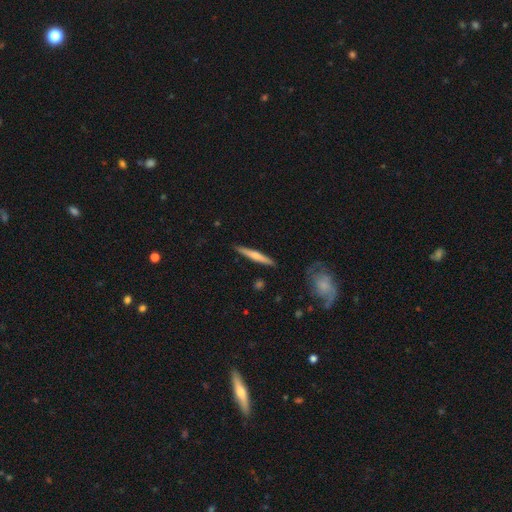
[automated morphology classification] smooth-or-featured: smooth: 49% | featured or disk: 46% | star or artifact: 5%
  merging: none: 89% | minor disturbance: 8% | major disturbance: 2% | merger: 1%